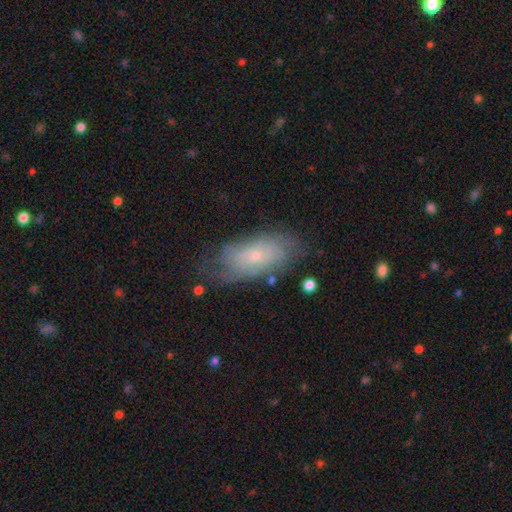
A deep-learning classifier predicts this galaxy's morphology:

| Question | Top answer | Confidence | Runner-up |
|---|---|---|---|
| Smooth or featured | featured or disk | 57% | smooth (35%) |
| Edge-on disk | no | 90% | yes (10%) |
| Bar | no | 78% | weak (18%) |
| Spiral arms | yes | 75% | no (25%) |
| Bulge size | small | 73% | moderate (22%) |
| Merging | none | 63% | minor disturbance (24%) |